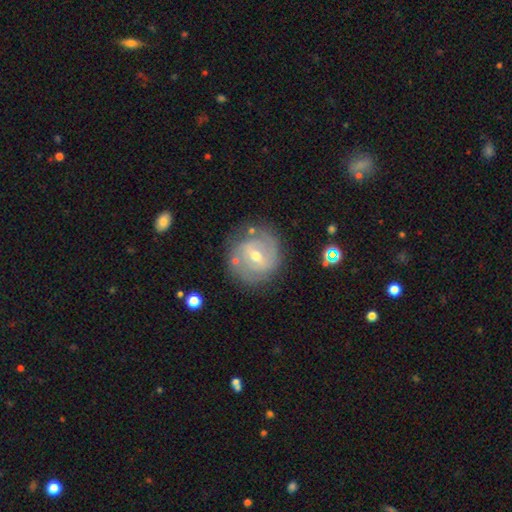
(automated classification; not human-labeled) Morphology: type=featured or disk (74%); edge-on=no (96%); bar=weak (55%); spiral arms=yes (82%); winding=tight (59%); arm count=2 (53%); bulge=moderate (60%); merging=none (74%).